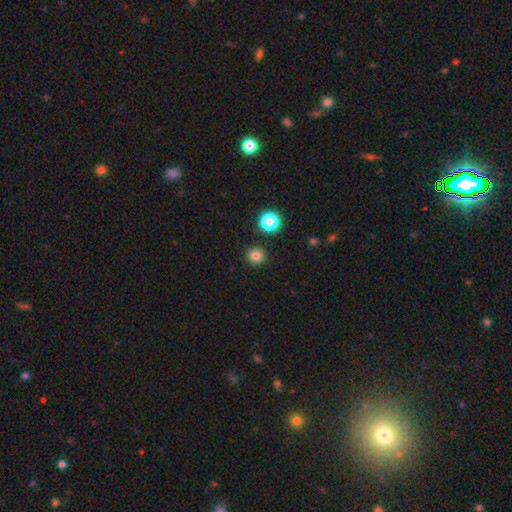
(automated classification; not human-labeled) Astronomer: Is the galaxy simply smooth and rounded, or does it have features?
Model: smooth — 81%.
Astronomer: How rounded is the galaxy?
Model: round — 93%.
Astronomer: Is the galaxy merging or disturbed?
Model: none — 91%.